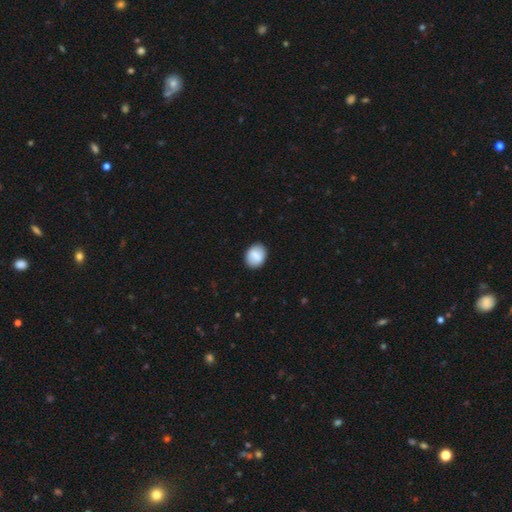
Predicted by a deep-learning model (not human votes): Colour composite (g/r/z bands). It shows a smooth galaxy with no disk features (81%) that is in between round and cigar-shaped (54%). Merging: none (87%).